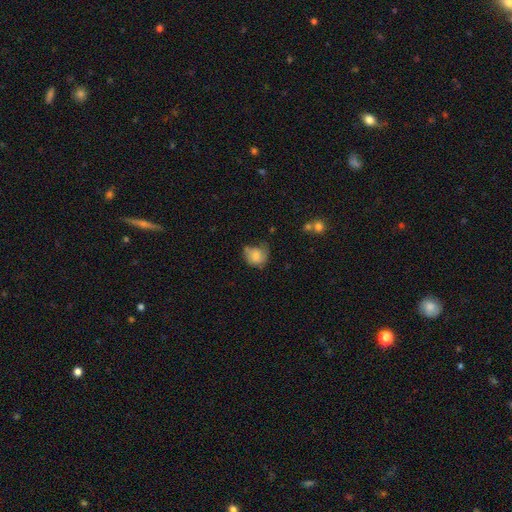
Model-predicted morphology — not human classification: Smooth or featured? smooth (74%)
How rounded? round (70%)
Merging? none (46%)